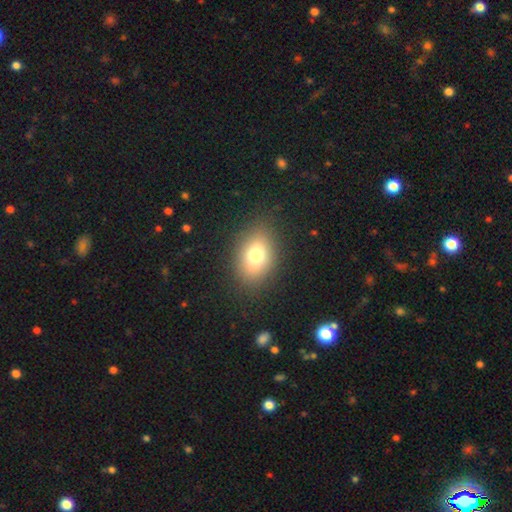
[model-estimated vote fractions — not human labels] This is likely a smooth galaxy (74%). How rounded: likely in between (74%). Merging: clearly none (84%).